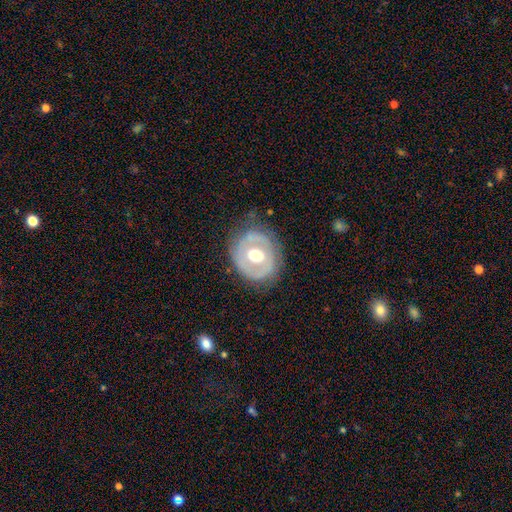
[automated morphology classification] Smooth or featured? featured or disk (58%)
Edge-on disk? no (95%)
Bar? no (72%)
Spiral arms? no (79%)
Bulge size? moderate (65%)
Merging? none (73%)